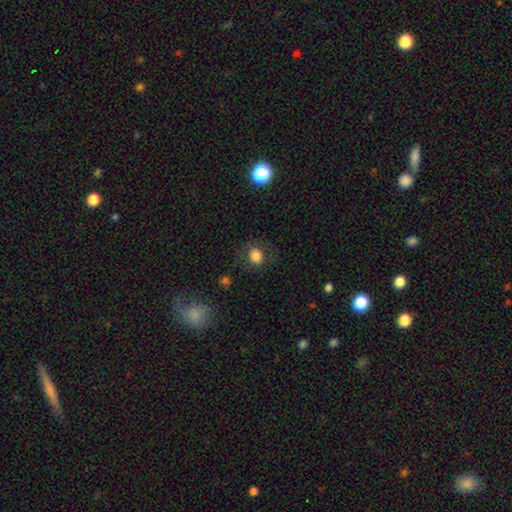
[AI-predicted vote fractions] This is likely a smooth galaxy (79%). How rounded: likely round (76%). Merging: likely none (79%).